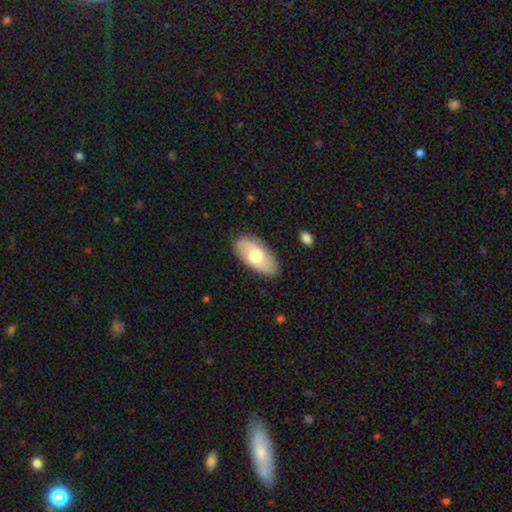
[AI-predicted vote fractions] This is possibly a smooth galaxy (60%). How rounded: clearly in between (92%). Merging: clearly none (86%).